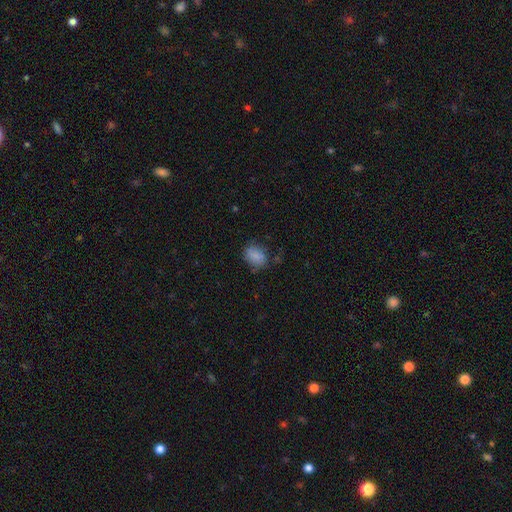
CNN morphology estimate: Smooth or featured?
  - smooth: 82% *
  - featured or disk: 9%
  - star or artifact: 9%
How rounded?
  - in between: 67% *
  - round: 32%
  - cigar-shaped: 1%
Merging?
  - none: 66% *
  - minor disturbance: 24%
  - major disturbance: 8%
  - merger: 3%